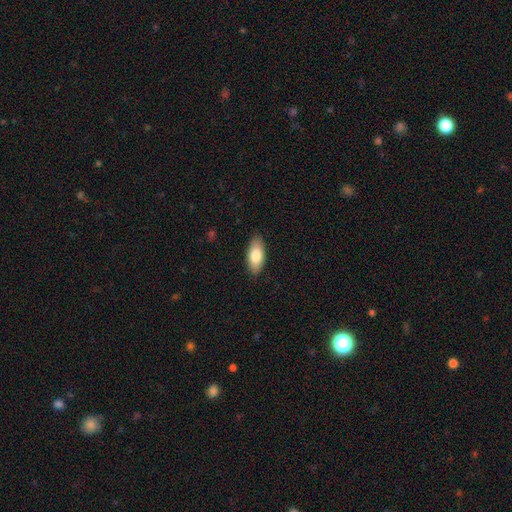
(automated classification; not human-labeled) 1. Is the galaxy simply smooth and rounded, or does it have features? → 81% smooth, 13% featured or disk, 6% star or artifact.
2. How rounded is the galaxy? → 88% in between, 10% cigar-shaped, 2% round.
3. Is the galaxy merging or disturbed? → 87% none, 10% minor disturbance, 2% major disturbance, 1% merger.